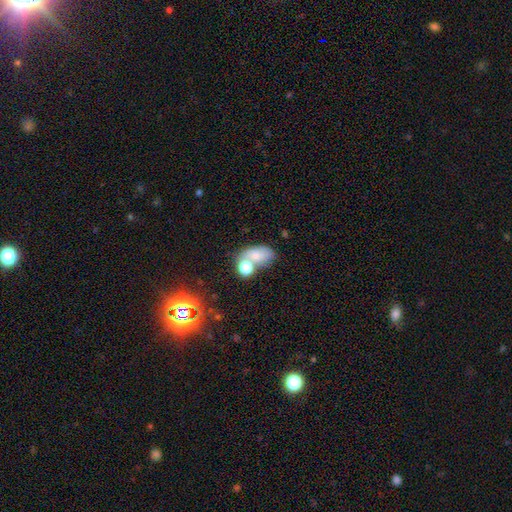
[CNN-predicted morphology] Smooth or featured: smooth — 67% (featured or disk — 20%)
How rounded: in between — 83% (round — 15%)
Merging: merger — 37% (tied with none — 37%)